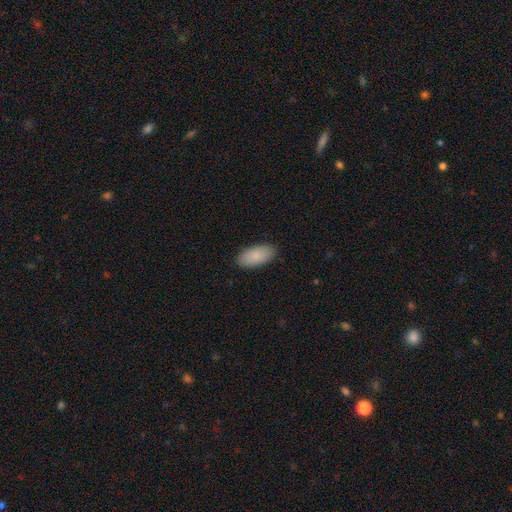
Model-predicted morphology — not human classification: Smooth or featured: smooth — 89% (star or artifact — 6%)
How rounded: in between — 93% (cigar-shaped — 5%)
Merging: none — 89% (minor disturbance — 8%)